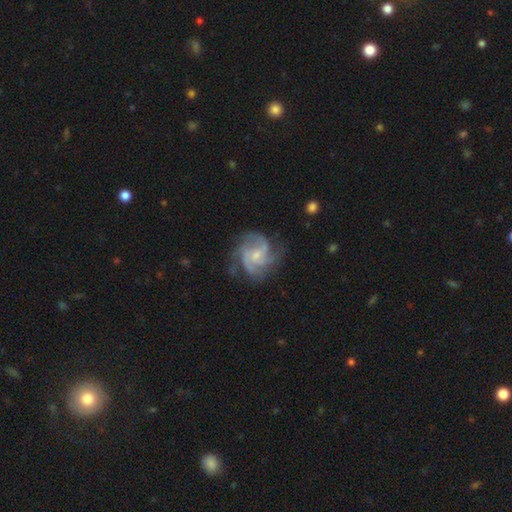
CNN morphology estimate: Overall: featured or disk (87%). Edge-on disk: no (98%). Bar: no (53%; weak 40%). Spiral arms: yes (97%). Spiral arm count: 3 (44%; 4 22%). Spiral winding: medium (50%; tight 37%). Bulge size: small (56%; moderate 34%). Merging: none (68%).